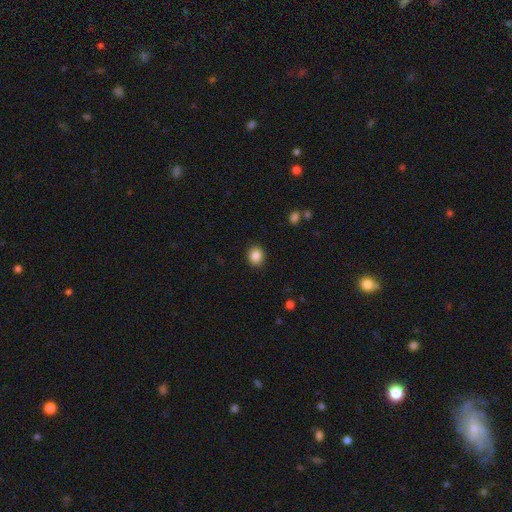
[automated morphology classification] Overall: smooth (86%). How rounded: round (70%). Merging: none (90%).